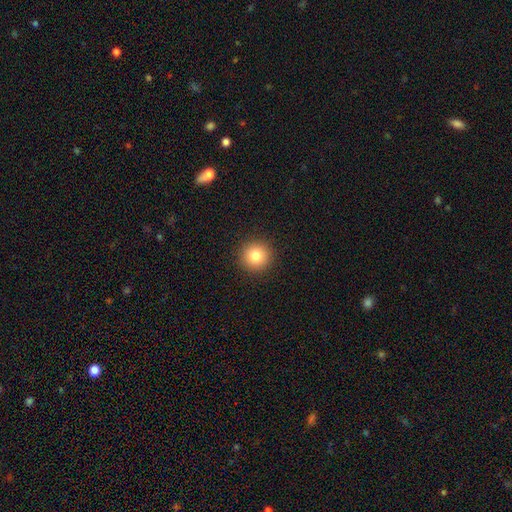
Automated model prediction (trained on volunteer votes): Smooth or featured? smooth (82%)
How rounded? round (95%)
Merging? none (92%)